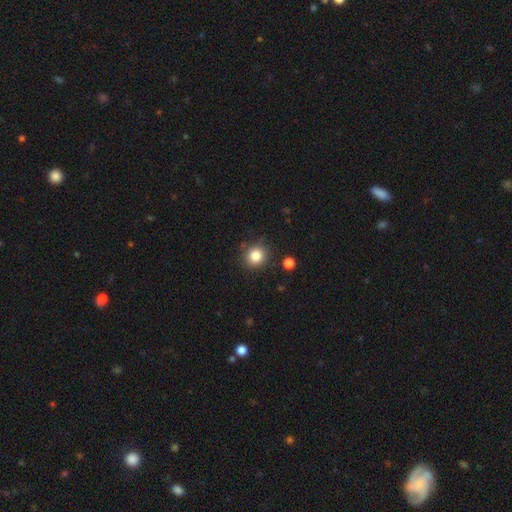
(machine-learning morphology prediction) Smooth or featured? smooth (84%)
How rounded? round (88%)
Merging? none (86%)